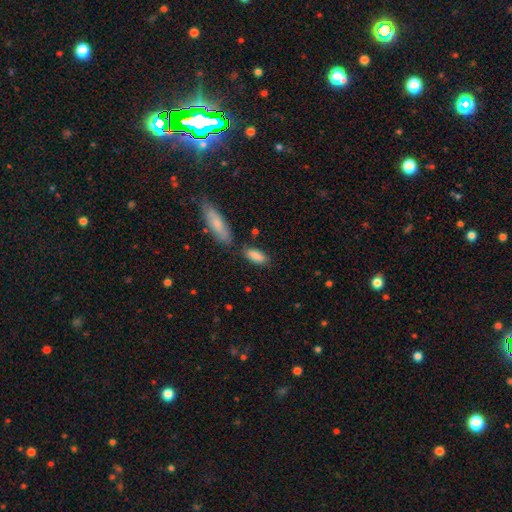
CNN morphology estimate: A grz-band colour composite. It shows a smooth galaxy with no disk features (86%) that is in between round and cigar-shaped (69%). Merging: none (70%).